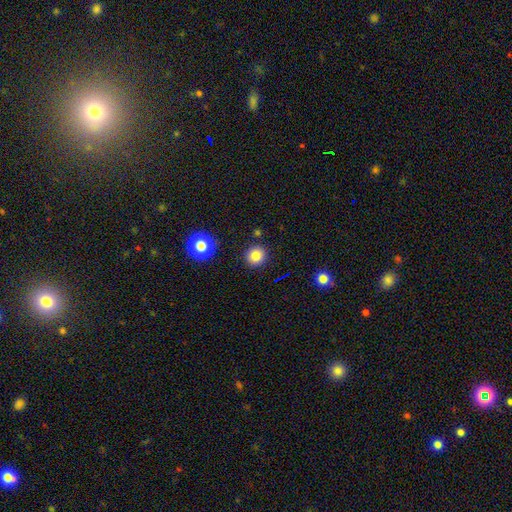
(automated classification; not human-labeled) The model was most divided on "smooth or featured": smooth: 83%, star or artifact: 12%, featured or disk: 6%. More confident: how rounded — round (93%); merging — none (89%).